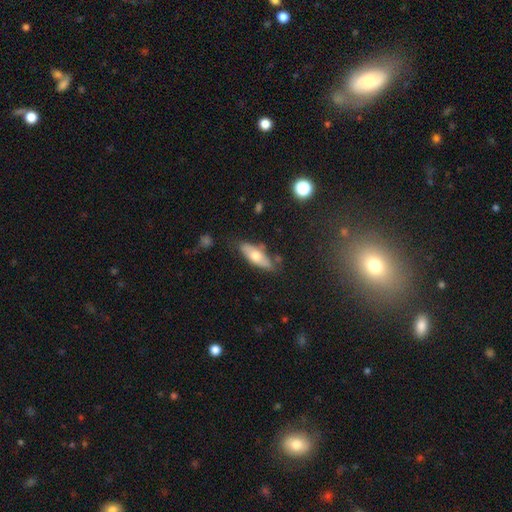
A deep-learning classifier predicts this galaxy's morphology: Smooth or featured: smooth — 59% (featured or disk — 35%)
How rounded: in between — 64% (cigar-shaped — 33%)
Merging: none — 72% (minor disturbance — 19%)